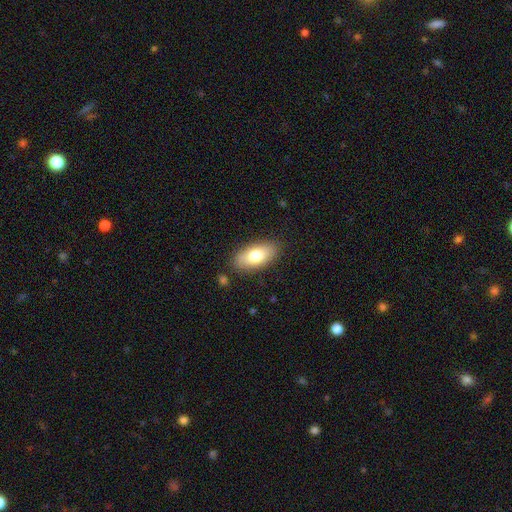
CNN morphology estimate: Smooth or featured? smooth (77%)
How rounded? in between (89%)
Merging? none (84%)